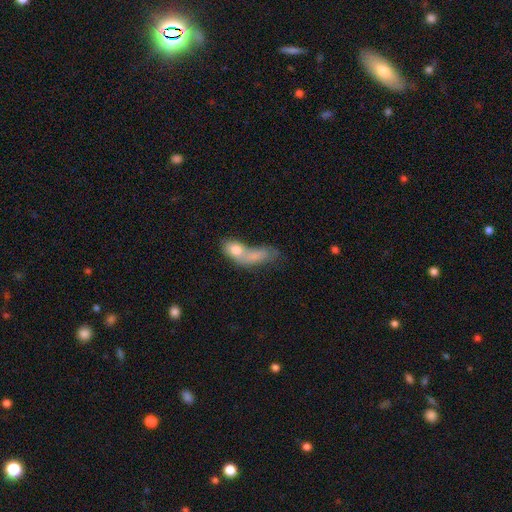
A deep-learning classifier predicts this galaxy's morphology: Smooth or featured? smooth (72%)
How rounded? in between (74%)
Merging? merger (68%)